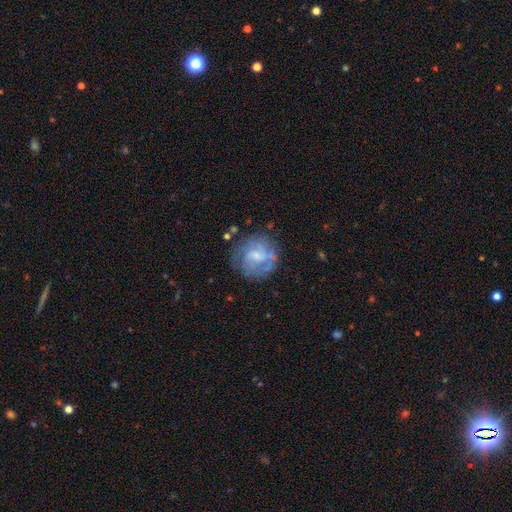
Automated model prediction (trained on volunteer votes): The model was most divided on "bar": weak: 45%, no: 43%, strong: 11%. Remaining: edge-on disk — no (97%); merging — none (66%); smooth or featured — featured or disk (55%); spiral arms — yes (52%); bulge size — small (42%).